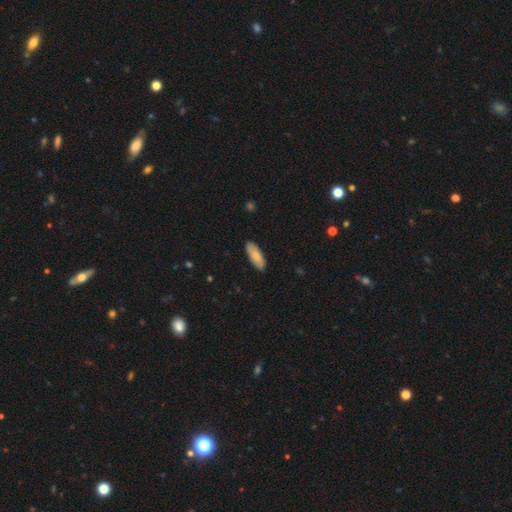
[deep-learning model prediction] A smooth galaxy with no disk features (80%) that is in between round and cigar-shaped (73%). Merging: none (88%).